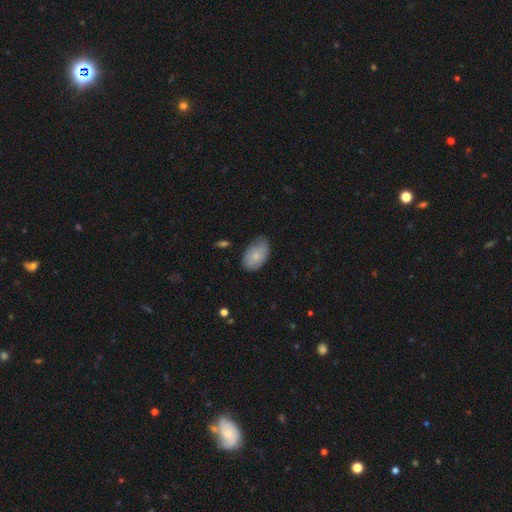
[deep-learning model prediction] smooth 76%, featured or disk 18%, star or artifact 6%. Down the decision tree: how rounded — in between (91%); merging — none (64%).